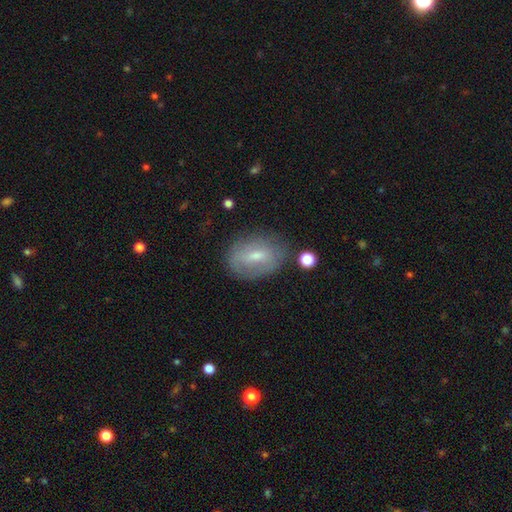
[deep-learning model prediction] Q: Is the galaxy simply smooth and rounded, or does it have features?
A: smooth — 52%.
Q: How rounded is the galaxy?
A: in between — 78%.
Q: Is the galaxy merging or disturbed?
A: none — 70%.